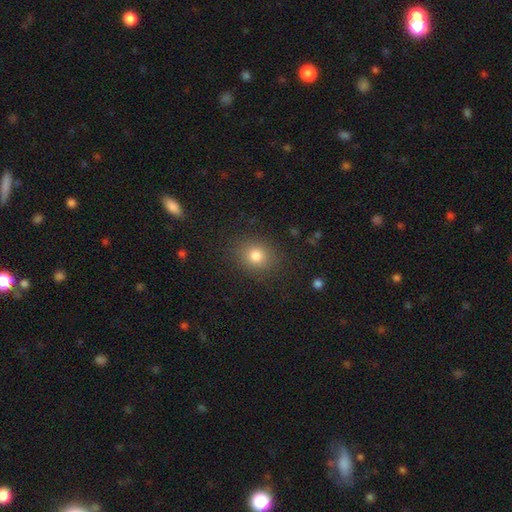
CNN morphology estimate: Smooth or featured? smooth (80%)
How rounded? round (68%)
Merging? none (86%)